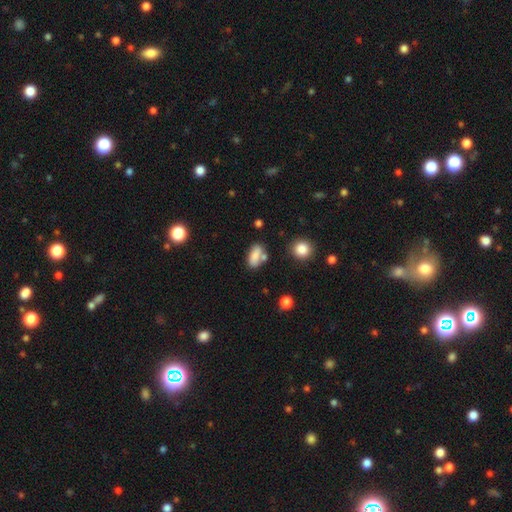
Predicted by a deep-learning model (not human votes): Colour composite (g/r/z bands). It shows a smooth galaxy with no disk features (81%) that is in between round and cigar-shaped (83%). Merging: none (61%).